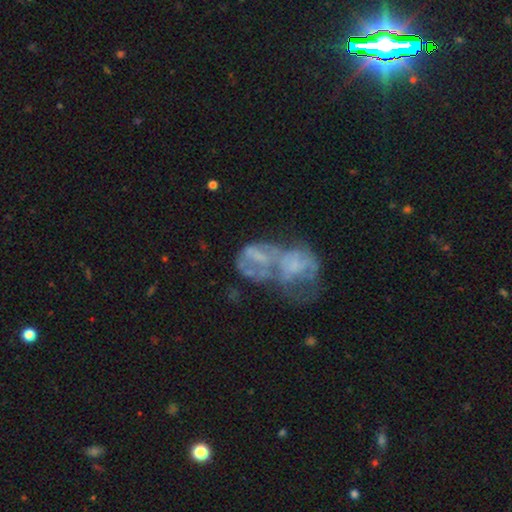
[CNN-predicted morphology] Smooth or featured?
  - featured or disk: 56% *
  - smooth: 32%
  - star or artifact: 13%
Edge-on disk?
  - no: 97% *
  - yes: 3%
Bar?
  - no: 80% *
  - weak: 14%
  - strong: 6%
Spiral arms?
  - no: 80% *
  - yes: 20%
Bulge size?
  - none: 62% *
  - moderate: 17%
  - small: 15%
  - large: 4%
  - dominant: 2%
Merging?
  - merger: 67% *
  - major disturbance: 17%
  - none: 9%
  - minor disturbance: 6%